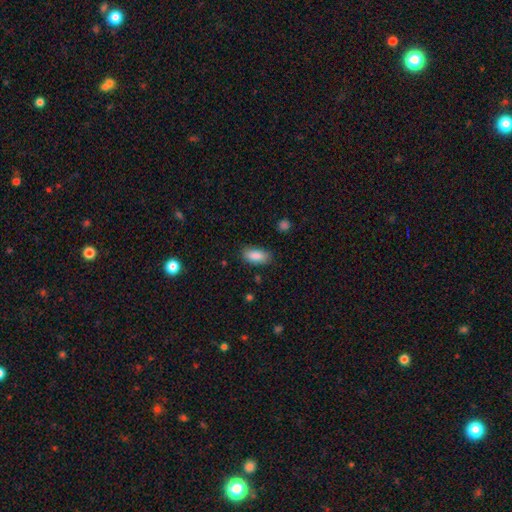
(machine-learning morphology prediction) This appears to be a smooth galaxy with no disk features (88%) that is in between round and cigar-shaped (88%). Merging: none (83%).